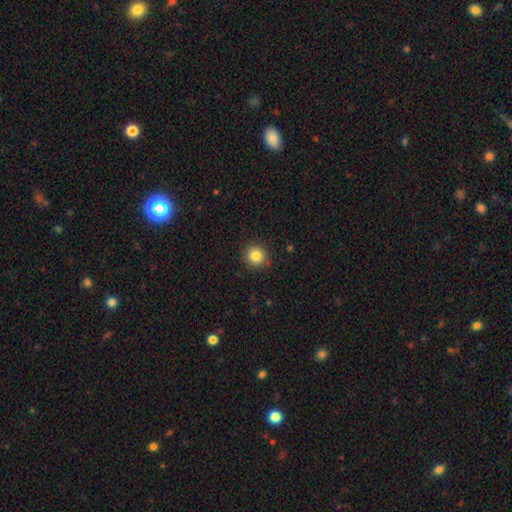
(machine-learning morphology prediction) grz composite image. It shows a smooth galaxy with no disk features (84%) that is round (92%). Merging: none (90%).